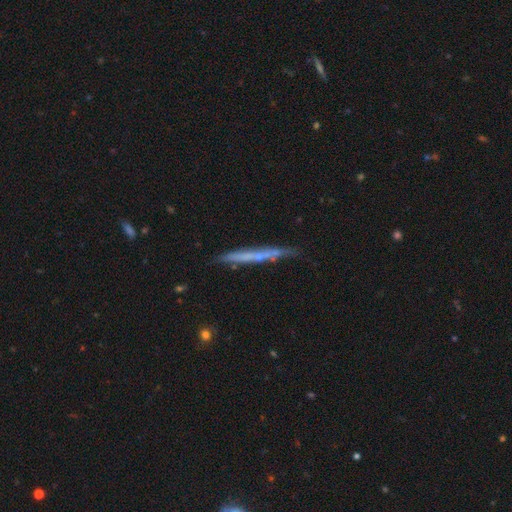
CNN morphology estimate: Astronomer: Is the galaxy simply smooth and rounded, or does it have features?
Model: featured or disk — 53% (runner-up: smooth, 40%).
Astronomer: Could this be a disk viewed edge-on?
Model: yes — 92%.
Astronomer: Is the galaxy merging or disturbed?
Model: none — 77%.